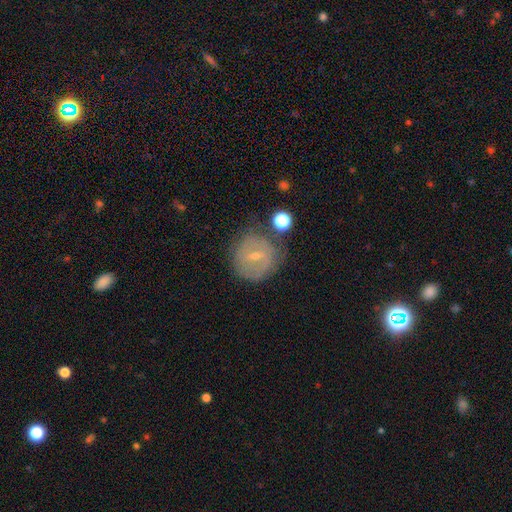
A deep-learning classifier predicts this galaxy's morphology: A featured or disk galaxy (54%) with a weak bar (52%), spiral arms (55%) and a small central bulge (71%). Merging: none (68%).